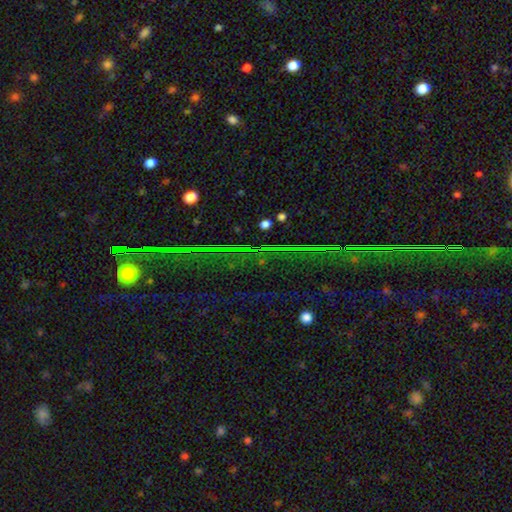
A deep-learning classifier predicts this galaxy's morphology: star or artifact 84%, featured or disk 8%, smooth 8%.